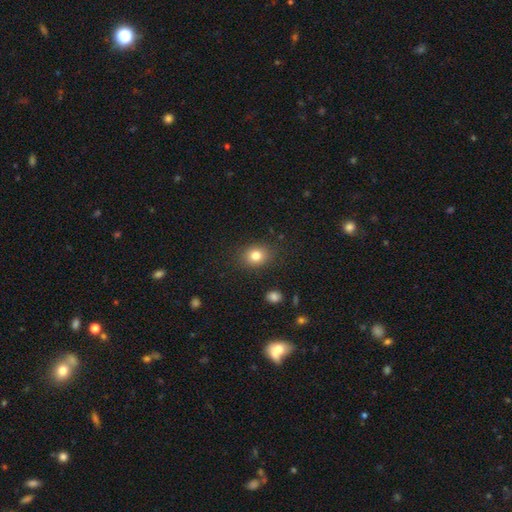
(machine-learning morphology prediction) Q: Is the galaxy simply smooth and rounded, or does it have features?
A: smooth — 81%.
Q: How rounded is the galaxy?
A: round — 54%.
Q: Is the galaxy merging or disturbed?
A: none — 86%.